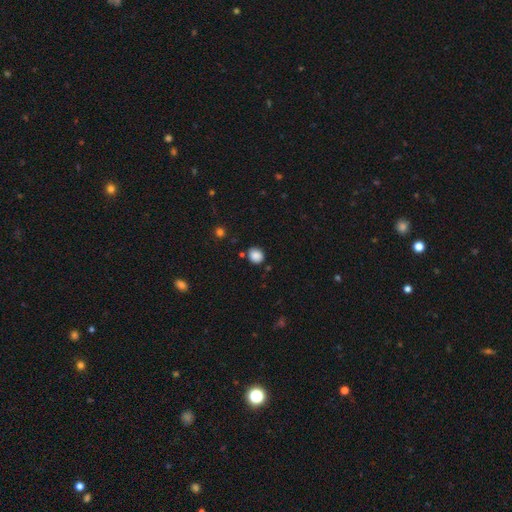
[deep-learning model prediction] Smooth or featured? smooth (87%)
How rounded? round (72%)
Merging? none (81%)